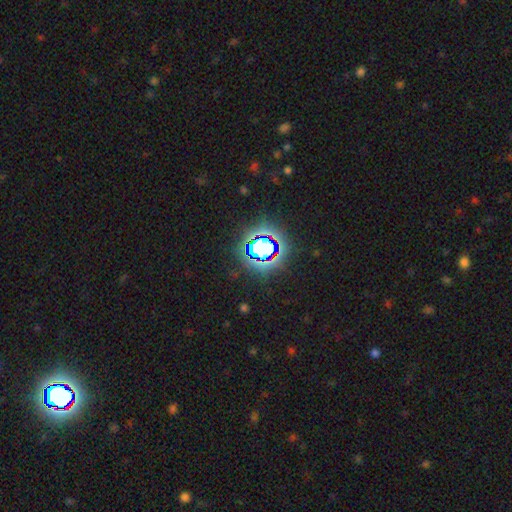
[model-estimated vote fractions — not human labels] A star or artifact, not a galaxy (74%).